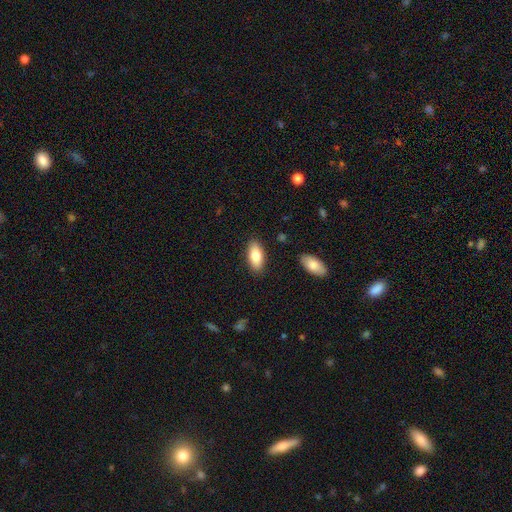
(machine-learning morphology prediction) This appears to be a smooth galaxy with no disk features (81%) that is in between round and cigar-shaped (89%). Merging: none (87%).